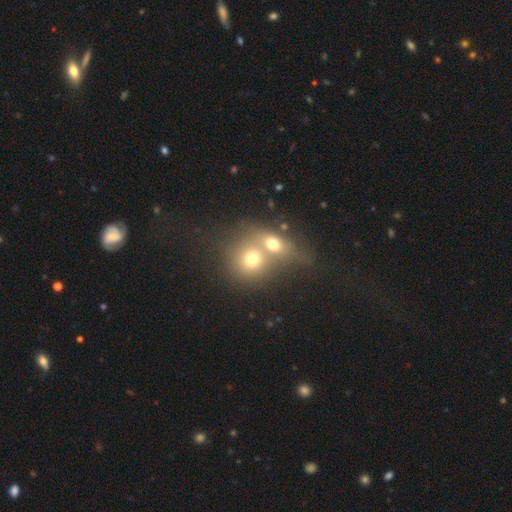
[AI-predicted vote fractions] A smooth galaxy with no disk features (61%) that is round (74%). Merging: merger (74%).